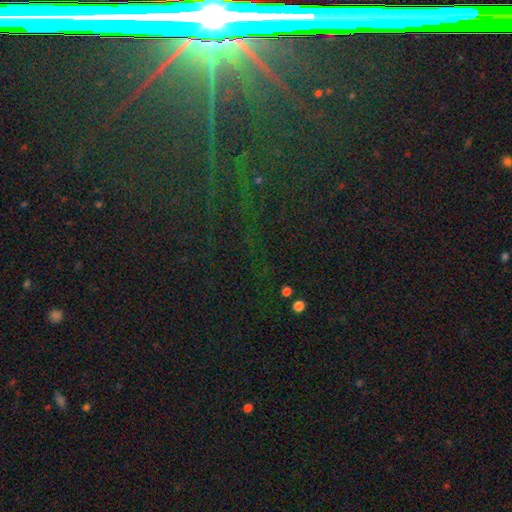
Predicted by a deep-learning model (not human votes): A star or artifact, not a galaxy (80%).